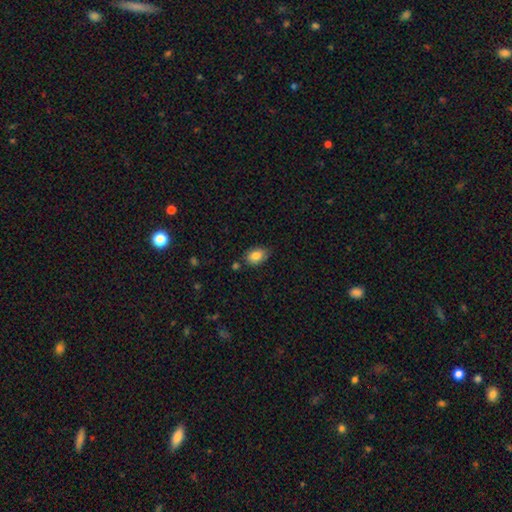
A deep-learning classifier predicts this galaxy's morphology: Smooth or featured? smooth (84%)
How rounded? in between (81%)
Merging? none (75%)